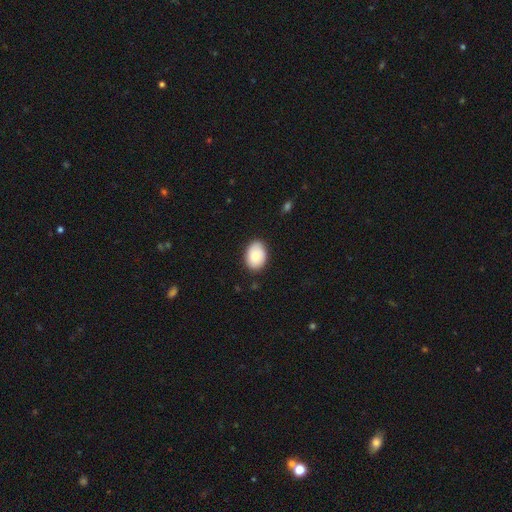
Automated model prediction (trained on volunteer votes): Smooth or featured? smooth (81%)
How rounded? in between (79%)
Merging? none (84%)